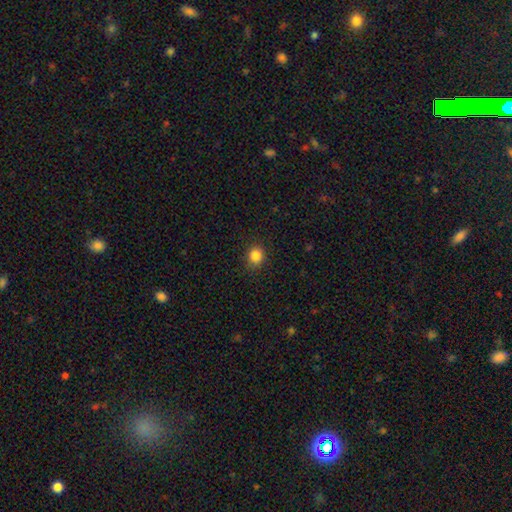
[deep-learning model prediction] This appears to be a smooth galaxy with no disk features (85%) that is round (76%). Merging: none (88%).